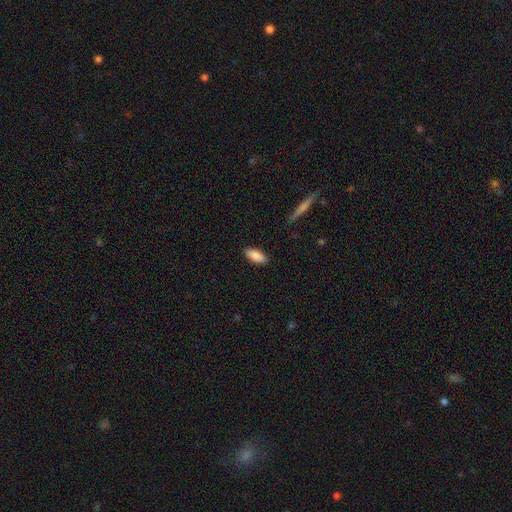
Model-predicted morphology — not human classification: Overall: smooth (88%). How rounded: in between (82%). Merging: none (88%).